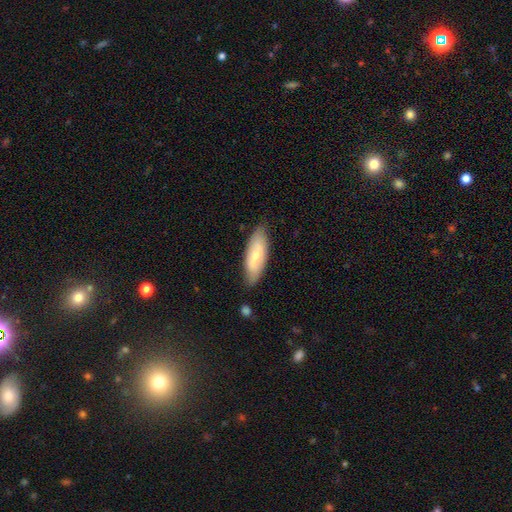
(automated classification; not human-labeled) smooth-or-featured: smooth: 57% | featured or disk: 37% | star or artifact: 6%
  how-rounded: in between: 74% | cigar-shaped: 24% | round: 2%
  merging: none: 80% | minor disturbance: 16% | major disturbance: 3% | merger: 2%